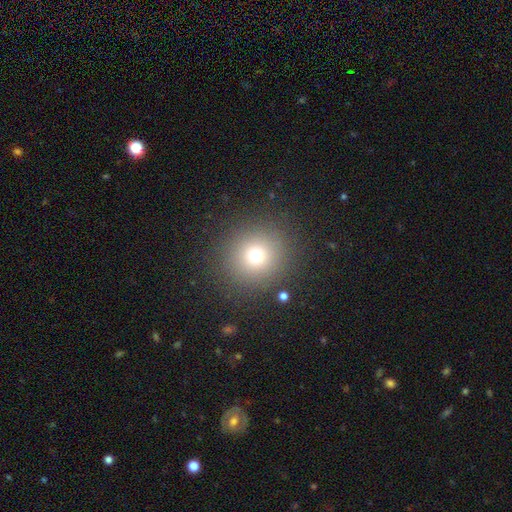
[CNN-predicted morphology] smooth-or-featured: smooth: 70% | star or artifact: 19% | featured or disk: 10%
  how-rounded: round: 94% | in between: 5% | cigar-shaped: 1%
  merging: none: 88% | minor disturbance: 6% | major disturbance: 4% | merger: 2%